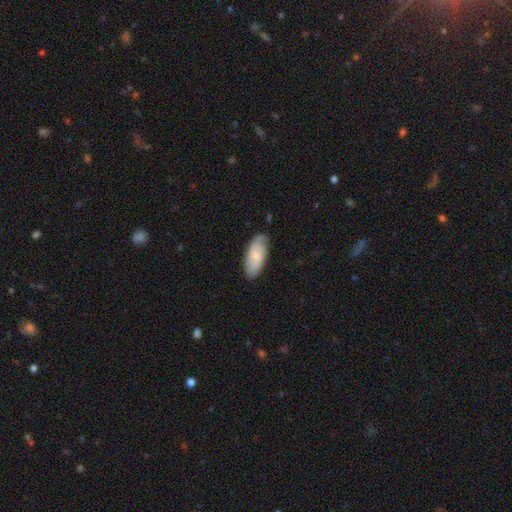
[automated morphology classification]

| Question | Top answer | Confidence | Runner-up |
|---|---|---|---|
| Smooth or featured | smooth | 61% | featured or disk (32%) |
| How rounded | in between | 88% | cigar-shaped (10%) |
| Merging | none | 73% | minor disturbance (22%) |